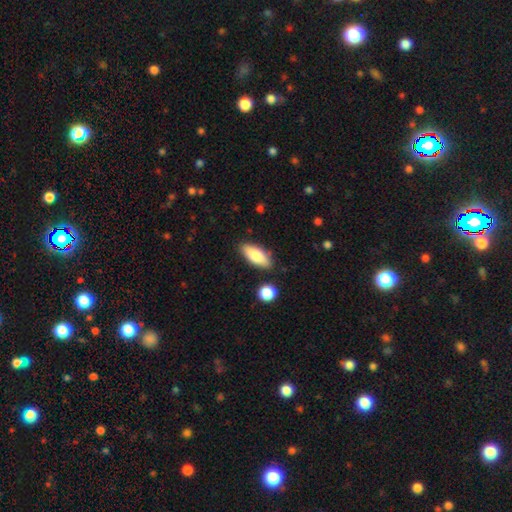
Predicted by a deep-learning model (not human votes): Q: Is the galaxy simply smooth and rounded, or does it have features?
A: smooth — 81%.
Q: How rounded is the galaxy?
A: in between — 79%.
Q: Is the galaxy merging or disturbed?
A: none — 83%.